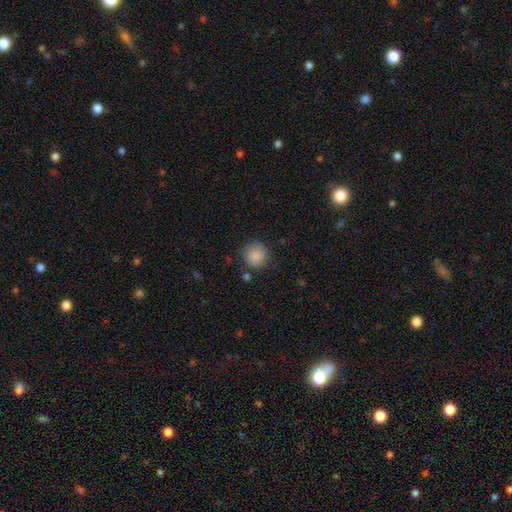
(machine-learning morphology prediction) Smooth or featured?
  - smooth: 87% *
  - star or artifact: 9%
  - featured or disk: 4%
How rounded?
  - round: 92% *
  - in between: 7%
  - cigar-shaped: 1%
Merging?
  - none: 81% *
  - minor disturbance: 12%
  - major disturbance: 4%
  - merger: 3%